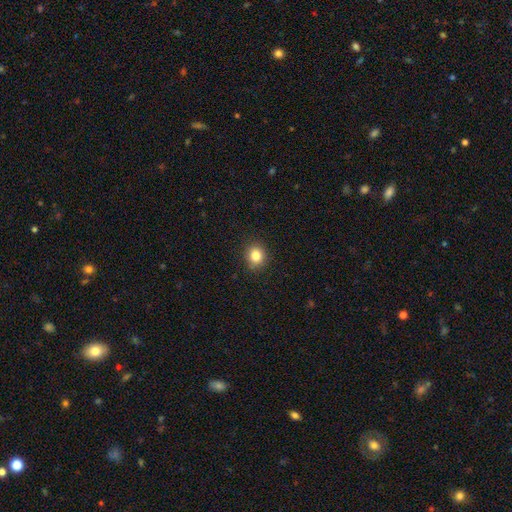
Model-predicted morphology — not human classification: smooth-or-featured: smooth: 83% | star or artifact: 11% | featured or disk: 6%
  how-rounded: round: 77% | in between: 22% | cigar-shaped: 1%
  merging: none: 89% | minor disturbance: 8% | major disturbance: 2% | merger: 1%